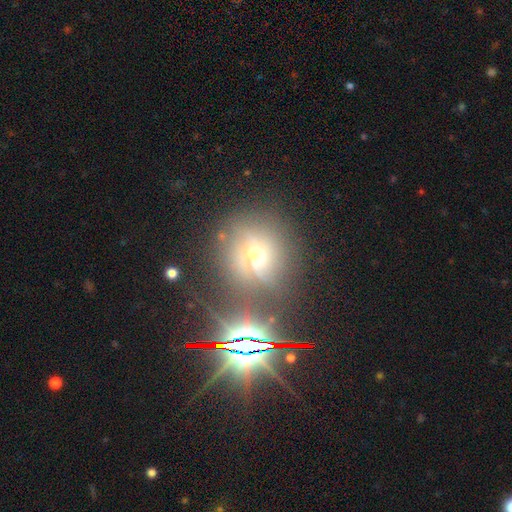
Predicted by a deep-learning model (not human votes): This appears to be a star or artifact, not a galaxy (46%).